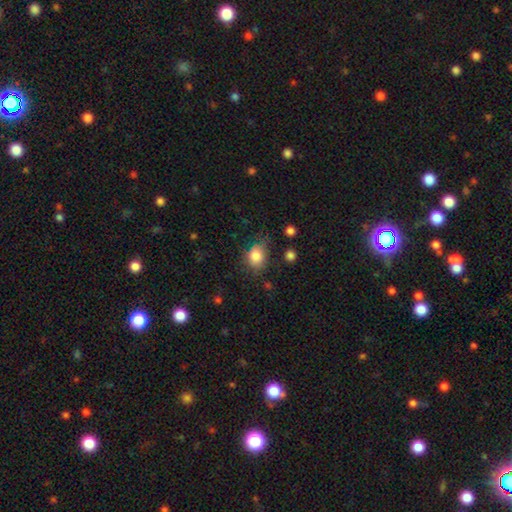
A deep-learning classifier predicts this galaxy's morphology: Q: Smooth or featured?
A: smooth (83%); runner-up: star or artifact (9%)
Q: How rounded?
A: in between (56%); runner-up: round (43%)
Q: Merging?
A: none (62%); runner-up: minor disturbance (27%)